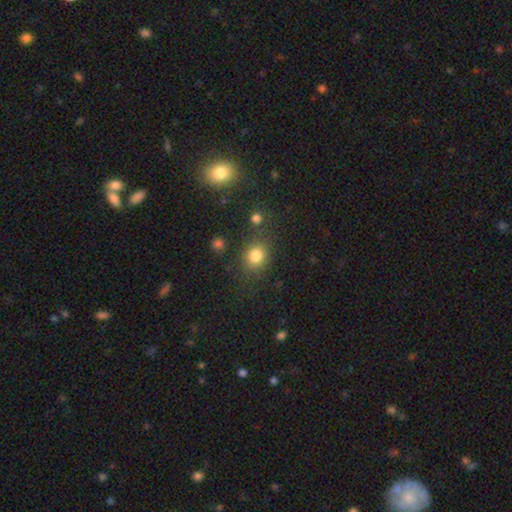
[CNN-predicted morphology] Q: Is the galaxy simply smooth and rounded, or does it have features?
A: smooth — 81%.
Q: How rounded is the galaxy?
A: round — 65%.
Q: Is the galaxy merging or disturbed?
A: none — 74%.